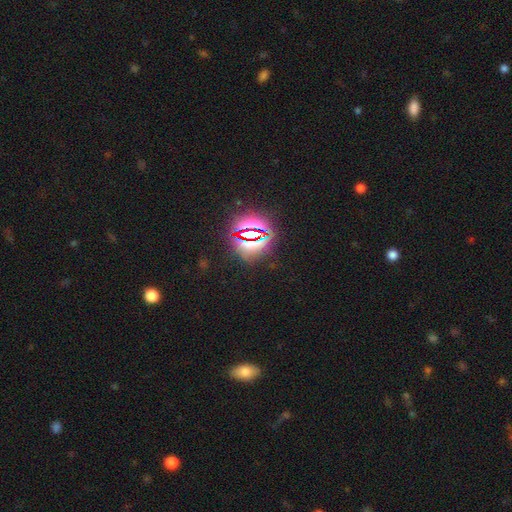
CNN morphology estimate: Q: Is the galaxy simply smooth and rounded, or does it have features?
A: star or artifact — 80%.